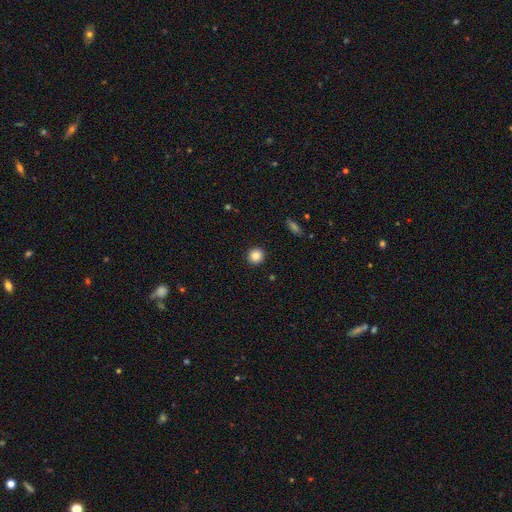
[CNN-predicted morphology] Q: Smooth or featured?
A: smooth (86%); runner-up: star or artifact (10%)
Q: How rounded?
A: round (93%); runner-up: in between (6%)
Q: Merging?
A: none (92%); runner-up: minor disturbance (5%)